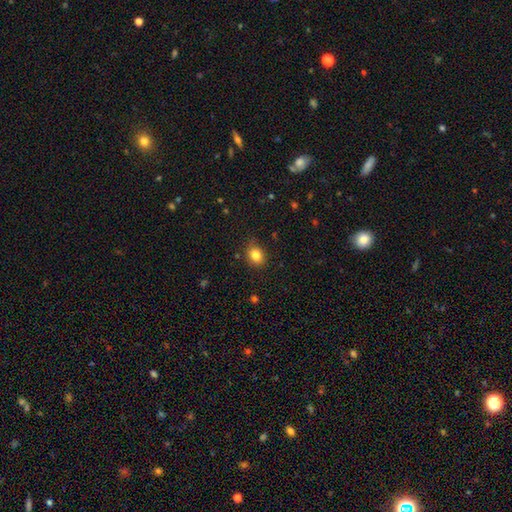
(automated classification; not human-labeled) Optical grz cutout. It shows a smooth galaxy with no disk features (83%) that is round (50%). Merging: none (83%).